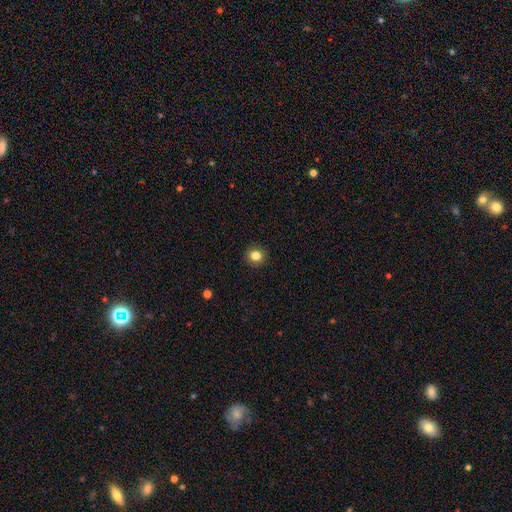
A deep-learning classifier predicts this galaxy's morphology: type=smooth (83%); roundness=round (82%); merging=none (91%).